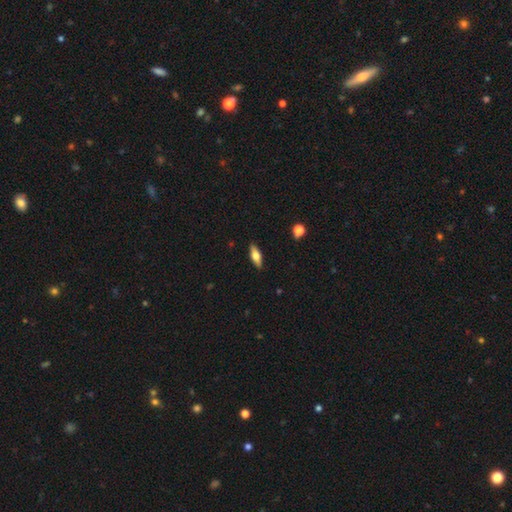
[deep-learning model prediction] Q: Smooth or featured?
A: smooth (63%); runner-up: featured or disk (30%)
Q: How rounded?
A: in between (66%); runner-up: cigar-shaped (31%)
Q: Merging?
A: none (88%); runner-up: minor disturbance (9%)